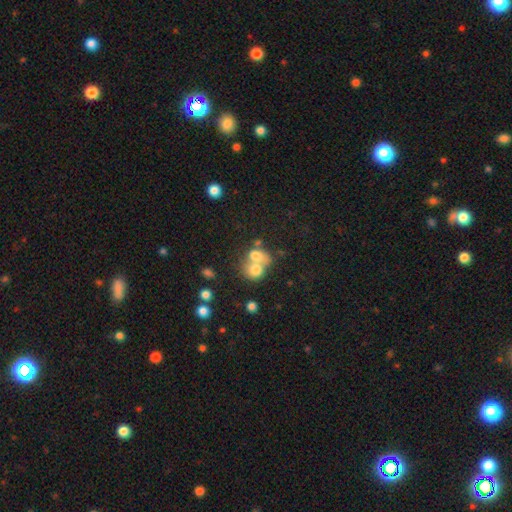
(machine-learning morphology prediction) type=smooth (70%); roundness=round (57%); merging=merger (71%).